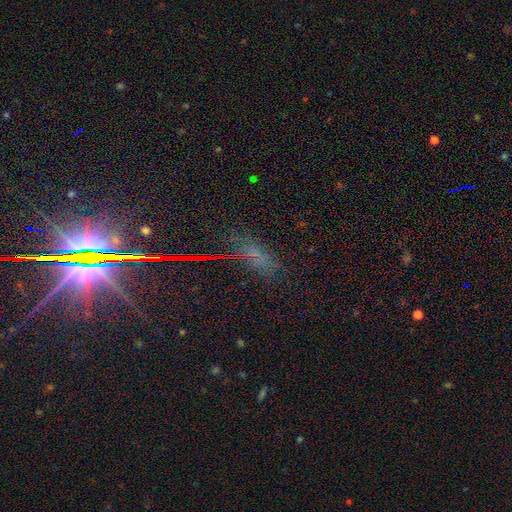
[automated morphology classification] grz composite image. It shows a star or artifact, not a galaxy (59%).